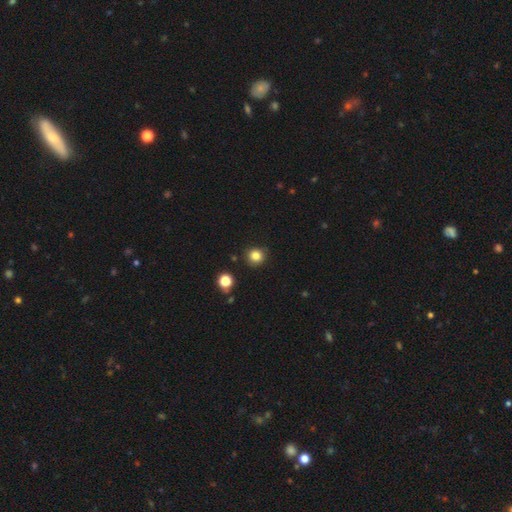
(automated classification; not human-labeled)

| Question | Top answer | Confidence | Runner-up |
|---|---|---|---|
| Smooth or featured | smooth | 83% | star or artifact (13%) |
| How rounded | round | 92% | in between (7%) |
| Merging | none | 89% | minor disturbance (7%) |